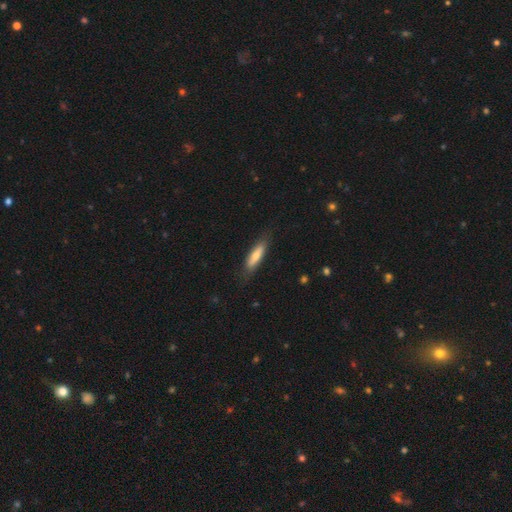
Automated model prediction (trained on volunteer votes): smooth 64%, featured or disk 30%, star or artifact 6%. Down the decision tree: how rounded — cigar-shaped (67%); merging — none (79%).